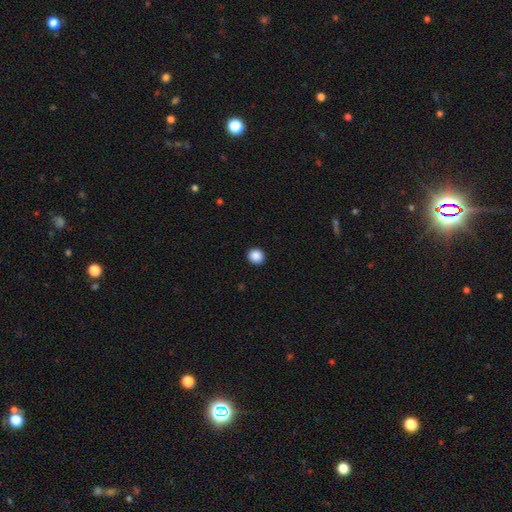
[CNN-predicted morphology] smooth 89%, star or artifact 9%, featured or disk 2%. Down the decision tree: how rounded — round (90%); merging — none (93%).